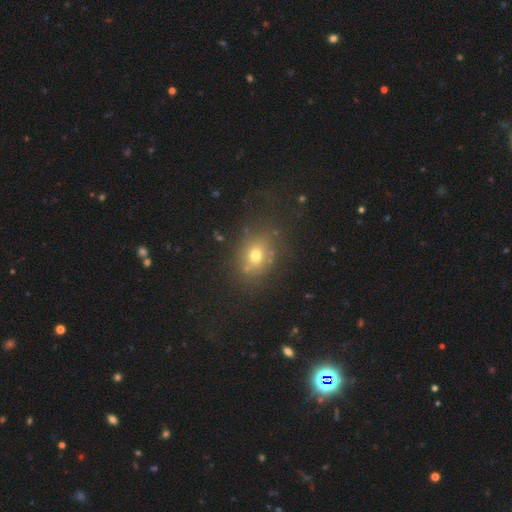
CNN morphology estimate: type=smooth (67%); roundness=in between (52%); merging=none (74%).